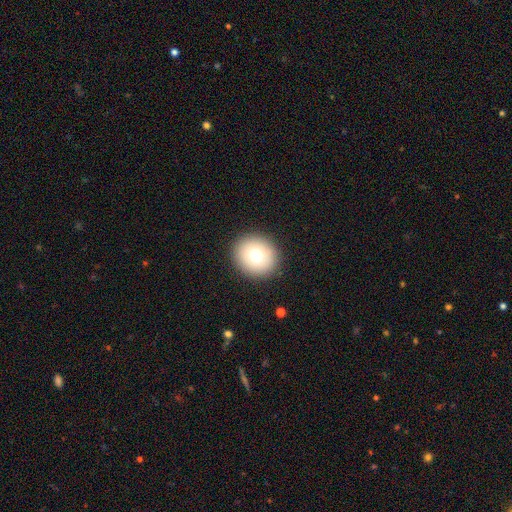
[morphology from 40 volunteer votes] Smooth or featured? smooth (65%)
How rounded? round (88%)
Merging? none (78%)